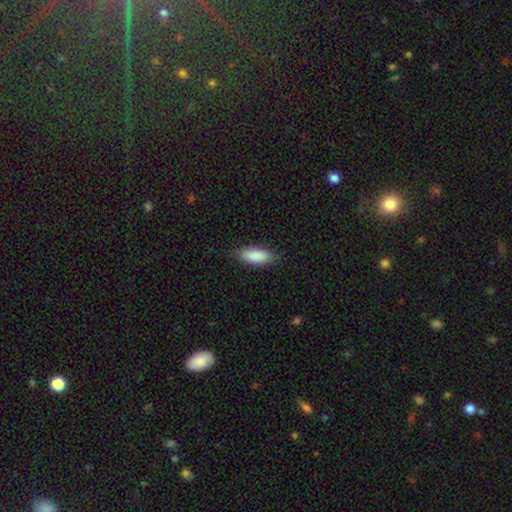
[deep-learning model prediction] A smooth galaxy with no disk features (89%) that is in between round and cigar-shaped (73%).

Vote fractions:
- Smooth or featured? smooth: 89% / star or artifact: 6% / featured or disk: 6%
- How rounded? in between: 73% / cigar-shaped: 25% / round: 2%
- Merging? none: 85% / minor disturbance: 12% / major disturbance: 2% / merger: 1%